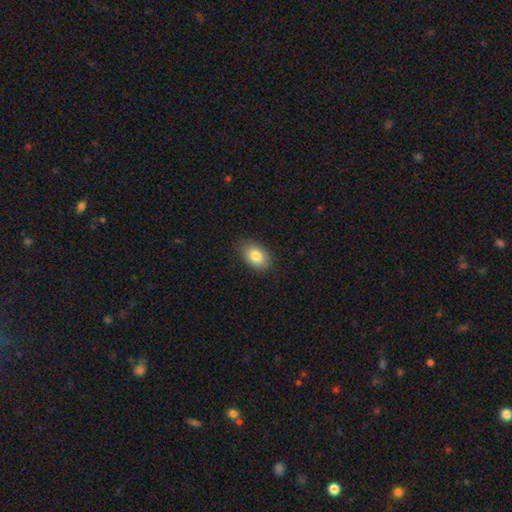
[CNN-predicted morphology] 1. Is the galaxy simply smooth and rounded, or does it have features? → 83% smooth, 9% featured or disk, 8% star or artifact.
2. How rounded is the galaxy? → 87% in between, 12% round, 1% cigar-shaped.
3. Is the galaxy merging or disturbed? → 86% none, 11% minor disturbance, 2% major disturbance, 1% merger.